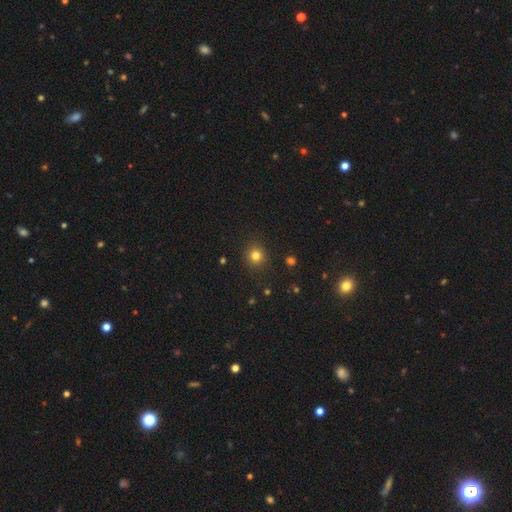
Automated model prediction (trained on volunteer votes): A smooth galaxy with no disk features (80%) that is round (92%). Merging: none (90%).